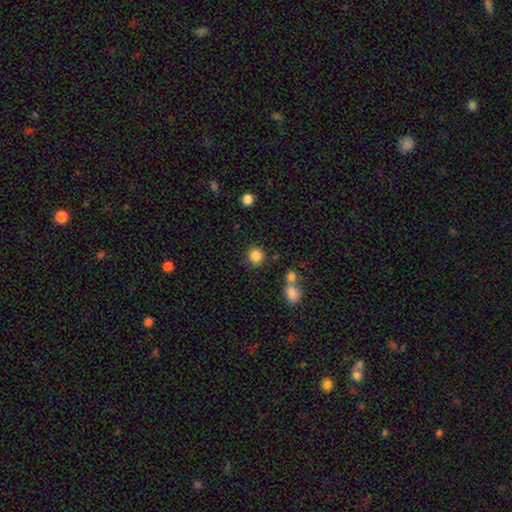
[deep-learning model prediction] Smooth or featured? Predicted: smooth (p=0.86). How rounded? Predicted: round (p=0.87). Merging? Predicted: none (p=0.81).